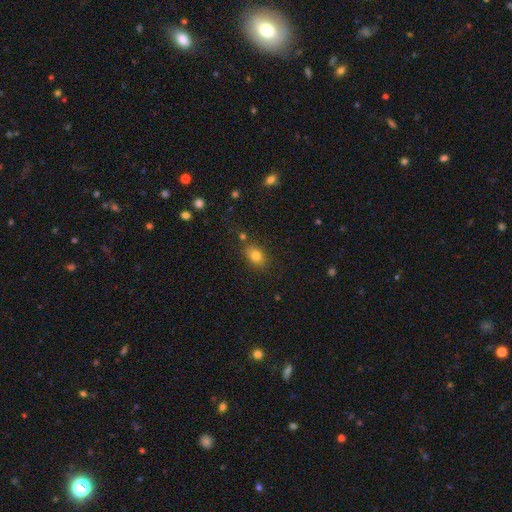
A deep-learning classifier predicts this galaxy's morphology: smooth-or-featured: smooth: 78% | star or artifact: 12% | featured or disk: 10%
  how-rounded: in between: 74% | round: 24% | cigar-shaped: 2%
  merging: none: 79% | minor disturbance: 13% | merger: 5% | major disturbance: 3%